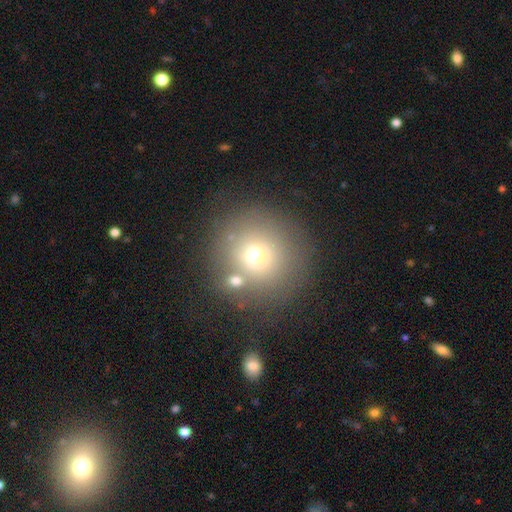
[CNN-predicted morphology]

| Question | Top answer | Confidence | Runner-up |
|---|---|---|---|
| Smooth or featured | smooth | 67% | featured or disk (17%) |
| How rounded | round | 94% | in between (5%) |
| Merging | none | 73% | minor disturbance (11%) |